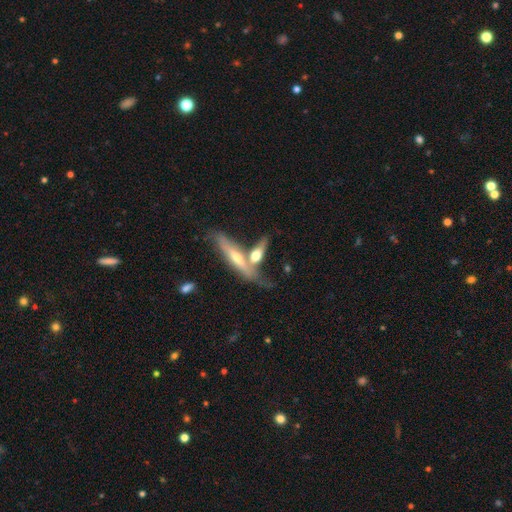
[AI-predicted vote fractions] A featured or disk galaxy (47%, tied with smooth). Merging: merger (51%).